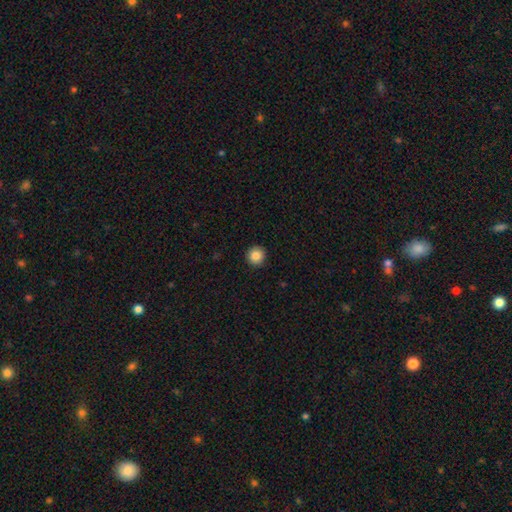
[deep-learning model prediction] Smooth or featured? smooth (86%)
How rounded? round (95%)
Merging? none (93%)